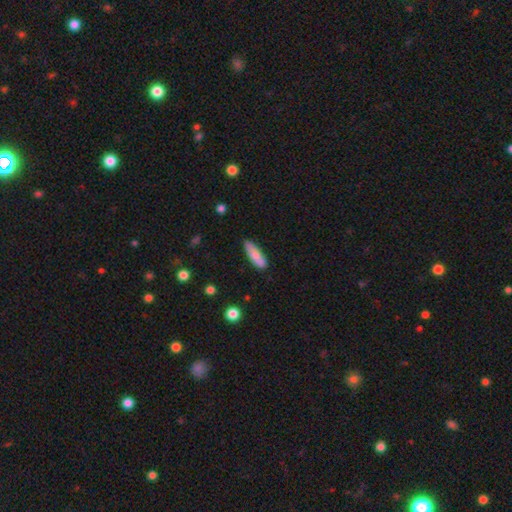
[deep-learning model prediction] smooth 79%, featured or disk 15%, star or artifact 6%. Down the decision tree: how rounded — cigar-shaped (53%); merging — none (77%).